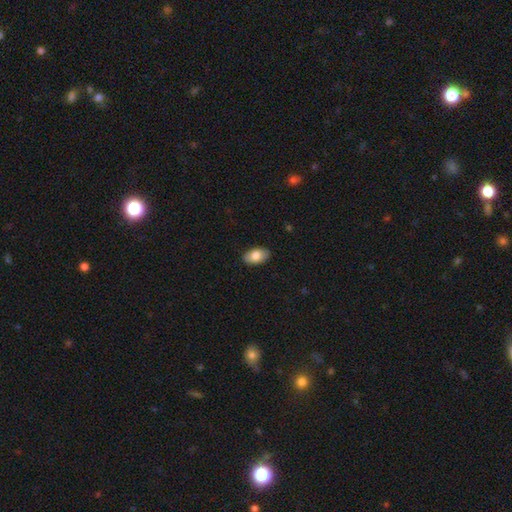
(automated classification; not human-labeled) smooth 79%, featured or disk 15%, star or artifact 6%. Down the decision tree: how rounded — in between (94%); merging — none (88%).